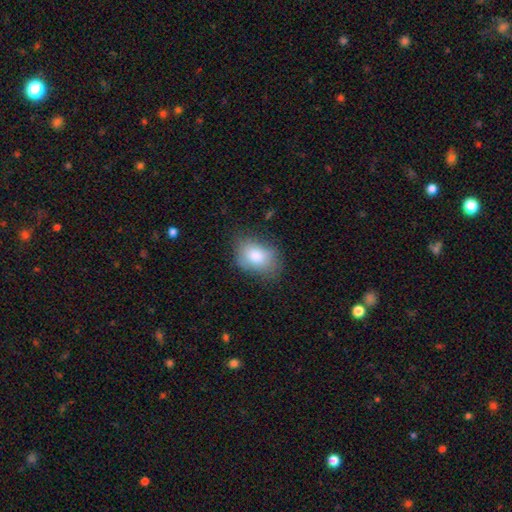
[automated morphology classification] Overall: smooth (82%). How rounded: in between (79%). Merging: none (67%).